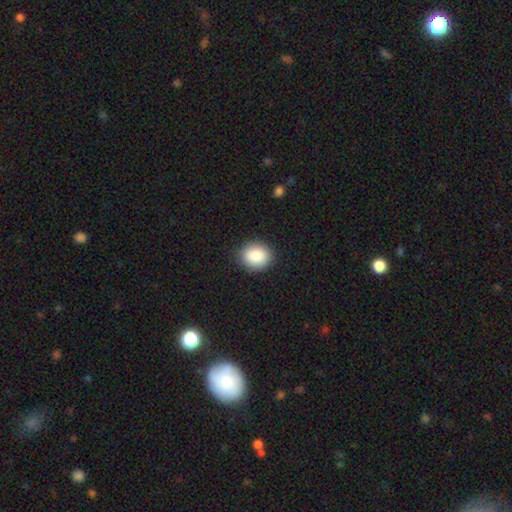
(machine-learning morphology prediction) A smooth galaxy with no disk features (88%) that is round (56%). Merging: none (87%).